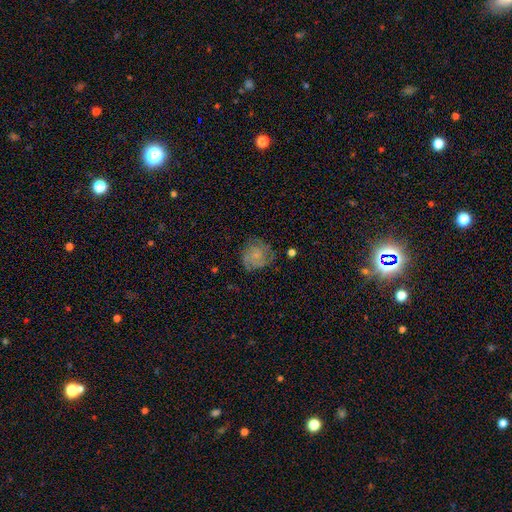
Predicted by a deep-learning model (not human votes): Morphology: type=featured or disk (54%); edge-on=no (98%); bar=no (81%); spiral arms=yes (84%); bulge=small (51%); merging=none (65%).